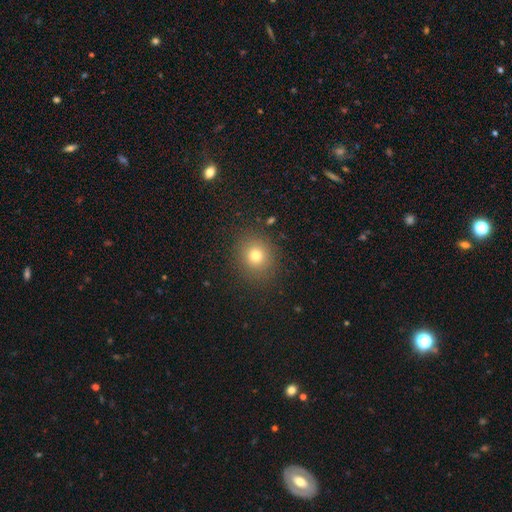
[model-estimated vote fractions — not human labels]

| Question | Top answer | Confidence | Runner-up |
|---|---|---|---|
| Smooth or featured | smooth | 77% | star or artifact (15%) |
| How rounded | round | 83% | in between (16%) |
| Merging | none | 88% | minor disturbance (8%) |